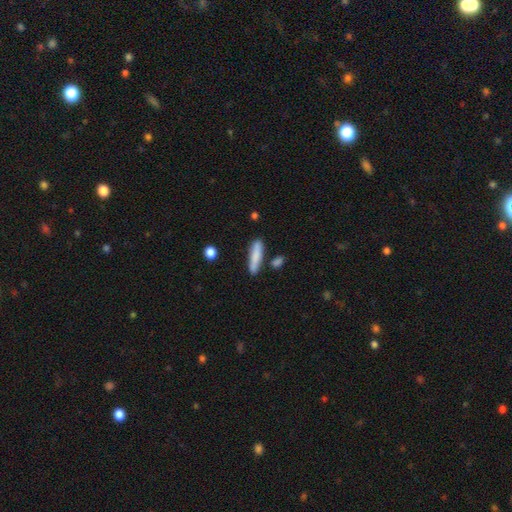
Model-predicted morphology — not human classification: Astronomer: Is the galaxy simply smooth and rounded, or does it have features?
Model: smooth — 81%.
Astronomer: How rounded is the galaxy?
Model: cigar-shaped — 81%.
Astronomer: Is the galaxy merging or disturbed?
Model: none — 79%.